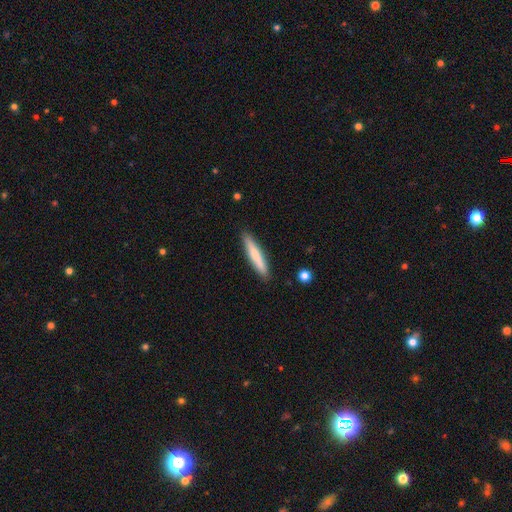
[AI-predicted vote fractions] smooth_or_featured: smooth (p=0.69) [alt: featured or disk p=0.26]
how_rounded: cigar-shaped (p=0.92) [alt: in between p=0.07]
merging: none (p=0.89) [alt: minor disturbance p=0.08]